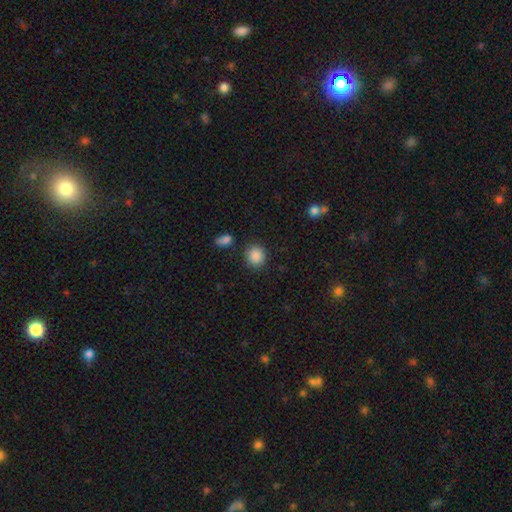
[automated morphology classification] Smooth or featured? Predicted: smooth (p=0.88). How rounded? Predicted: round (p=0.85). Merging? Predicted: none (p=0.84).